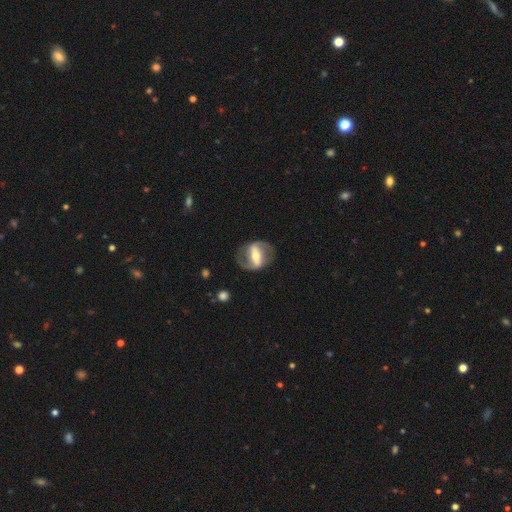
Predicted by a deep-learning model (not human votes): Morphology: type=featured or disk (83%); edge-on=no (93%); bar=strong (72%); spiral arms=yes (83%); winding=medium (47%); arm count=2 (89%); bulge=moderate (58%); merging=none (79%).